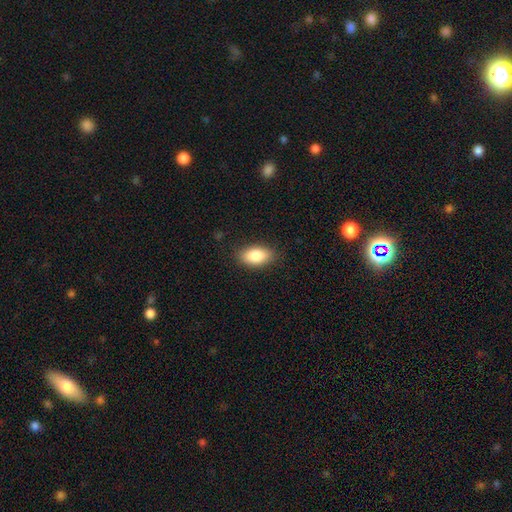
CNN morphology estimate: Overall: smooth (84%). How rounded: in between (91%). Merging: none (87%).